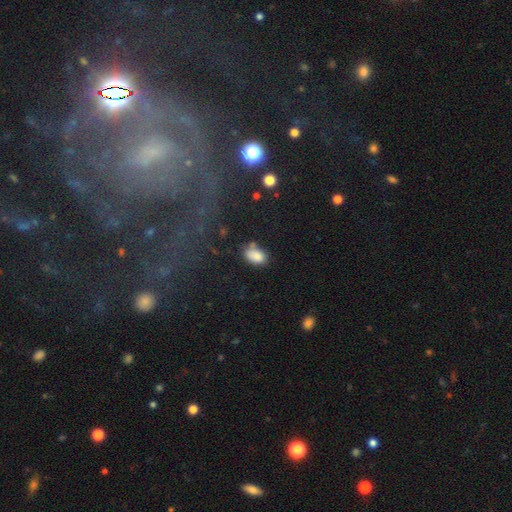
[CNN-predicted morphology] A smooth galaxy with no disk features (83%) that is in between round and cigar-shaped (88%).

Vote fractions:
- Smooth or featured? smooth: 83% / star or artifact: 9% / featured or disk: 7%
- How rounded? in between: 88% / round: 10% / cigar-shaped: 1%
- Merging? none: 57% / minor disturbance: 23% / merger: 13% / major disturbance: 6%